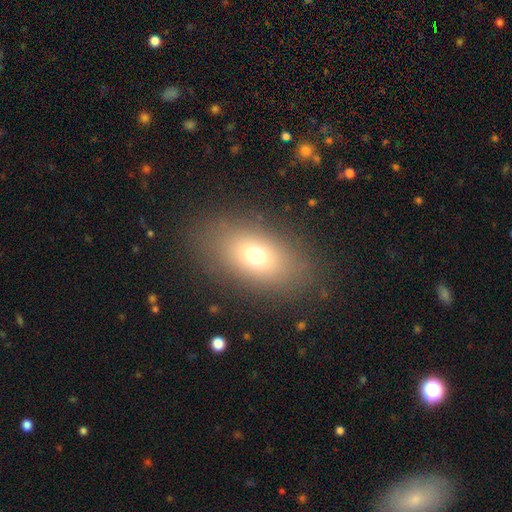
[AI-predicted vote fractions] Overall: smooth (70%). How rounded: in between (82%). Merging: none (83%).